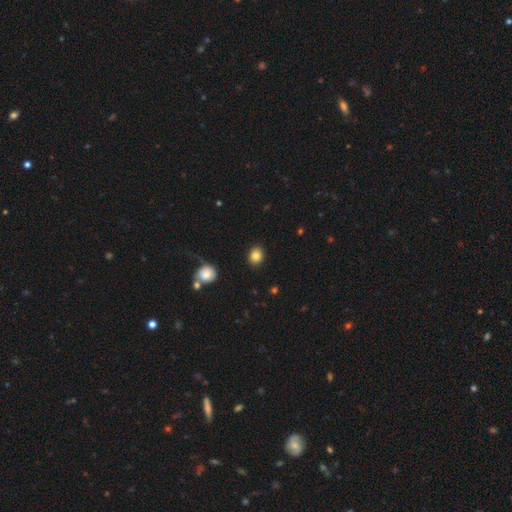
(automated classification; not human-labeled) Q: Smooth or featured?
A: smooth (85%); runner-up: star or artifact (10%)
Q: How rounded?
A: round (61%); runner-up: in between (38%)
Q: Merging?
A: none (89%); runner-up: minor disturbance (7%)